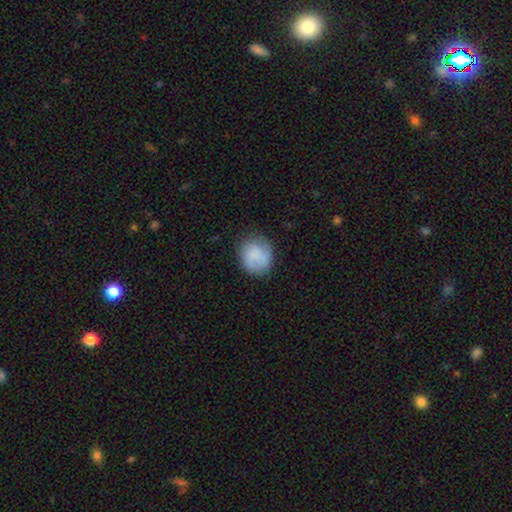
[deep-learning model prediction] A smooth galaxy with no disk features (69%) that is round (80%).

Vote fractions:
- Smooth or featured? smooth: 69% / featured or disk: 24% / star or artifact: 7%
- How rounded? round: 80% / in between: 20% / cigar-shaped: 1%
- Merging? none: 76% / minor disturbance: 17% / major disturbance: 6% / merger: 1%